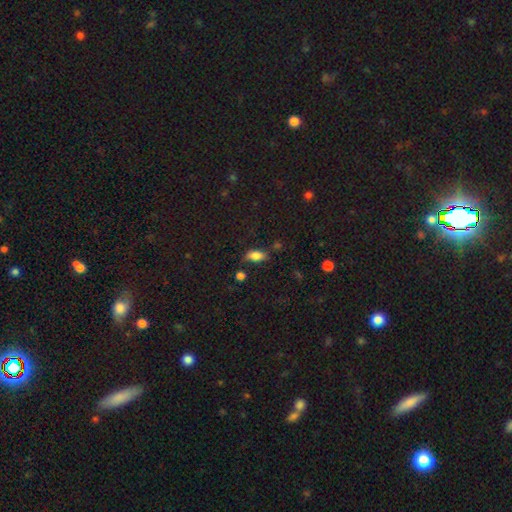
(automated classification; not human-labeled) smooth_or_featured: smooth (p=0.80) [alt: star or artifact p=0.10]
how_rounded: in between (p=0.85) [alt: cigar-shaped p=0.10]
merging: none (p=0.66) [alt: minor disturbance p=0.23]